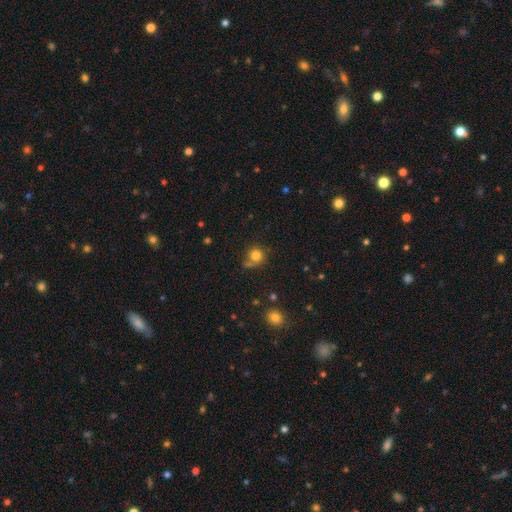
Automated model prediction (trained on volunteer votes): Overall: smooth (81%). How rounded: round (89%). Merging: none (62%).